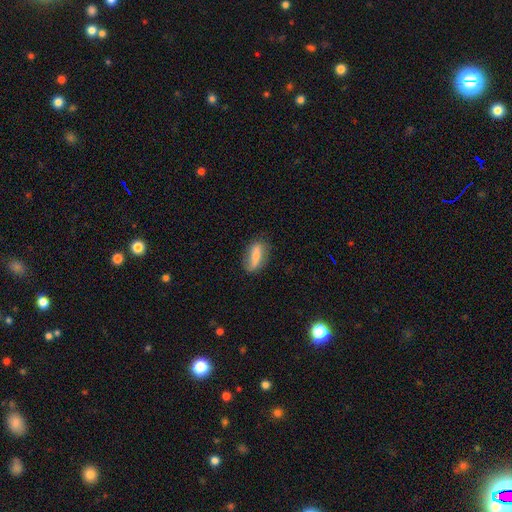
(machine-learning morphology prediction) smooth_or_featured: smooth (p=0.60) [alt: featured or disk p=0.32]
how_rounded: in between (p=0.71) [alt: cigar-shaped p=0.25]
merging: none (p=0.72) [alt: minor disturbance p=0.20]